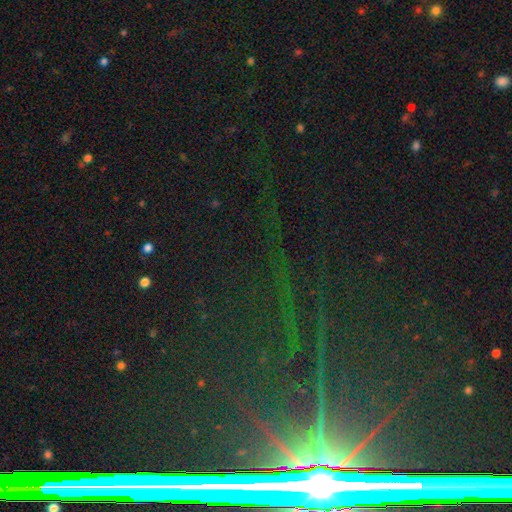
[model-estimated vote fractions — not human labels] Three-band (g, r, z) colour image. It shows a star or artifact, not a galaxy (85%).